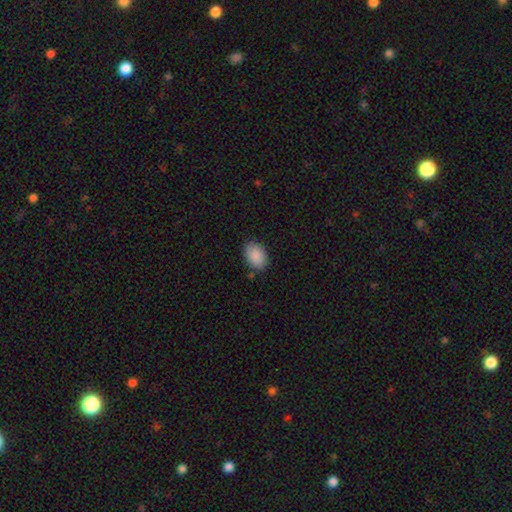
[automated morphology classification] smooth 90%, star or artifact 7%, featured or disk 4%. Down the decision tree: how rounded — in between (84%); merging — none (83%).